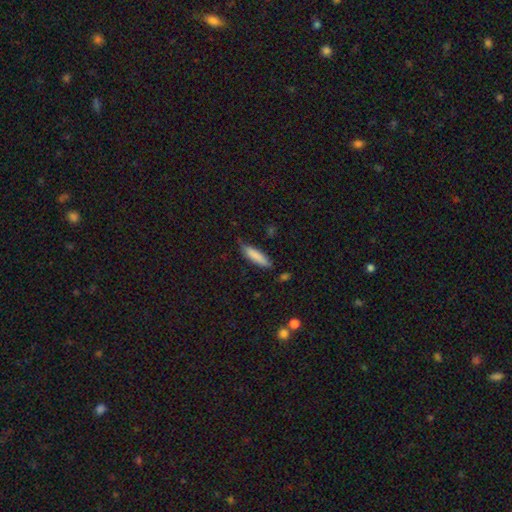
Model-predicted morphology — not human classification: smooth_or_featured: smooth (p=0.83) [alt: featured or disk p=0.10]
how_rounded: cigar-shaped (p=0.73) [alt: in between p=0.26]
merging: none (p=0.75) [alt: minor disturbance p=0.20]